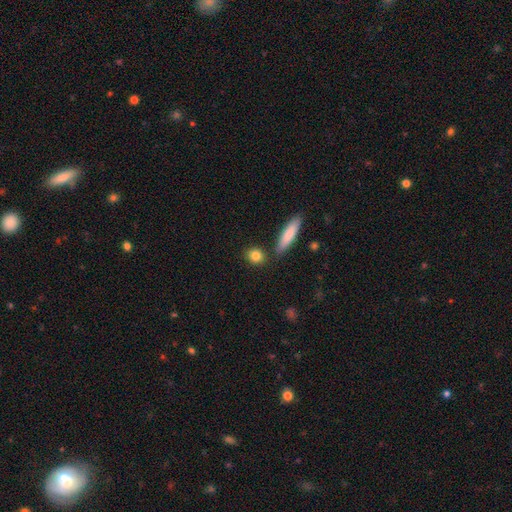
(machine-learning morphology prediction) type=smooth (84%); roundness=round (60%); merging=none (81%).